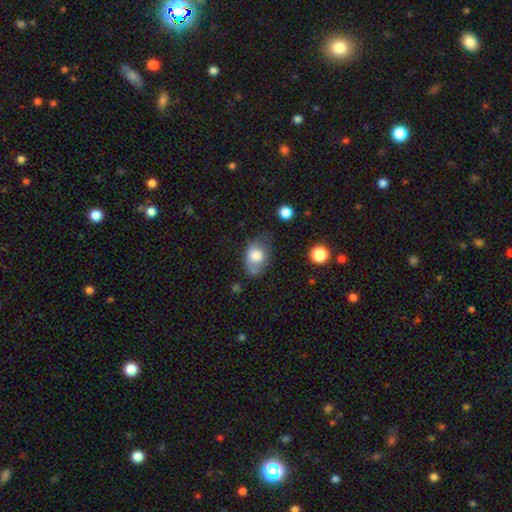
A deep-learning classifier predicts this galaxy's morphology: A smooth galaxy with no disk features (73%) that is in between round and cigar-shaped (79%).

Vote fractions:
- Smooth or featured? smooth: 73% / featured or disk: 19% / star or artifact: 8%
- How rounded? in between: 79% / round: 19% / cigar-shaped: 1%
- Merging? none: 44% / minor disturbance: 34% / major disturbance: 17% / merger: 5%